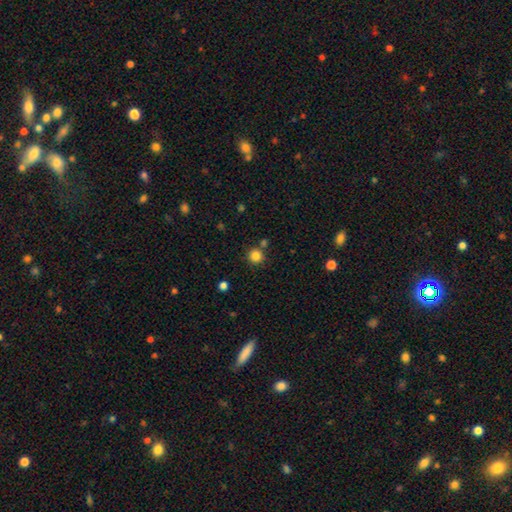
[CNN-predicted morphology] Smooth or featured: smooth — 84% (star or artifact — 12%)
How rounded: round — 94% (in between — 5%)
Merging: none — 80% (merger — 9%)